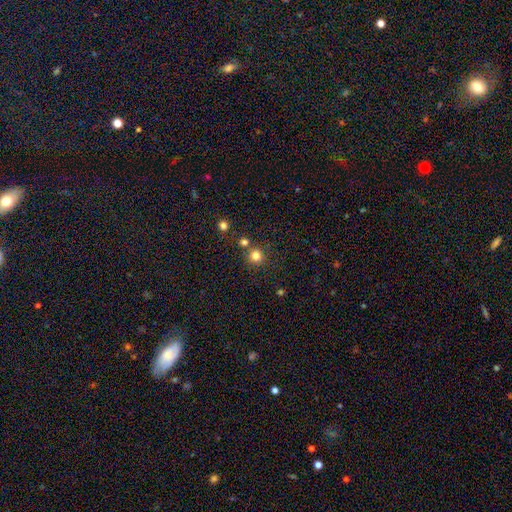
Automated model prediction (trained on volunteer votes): Morphology: type=smooth (79%); roundness=round (94%); merging=none (80%).